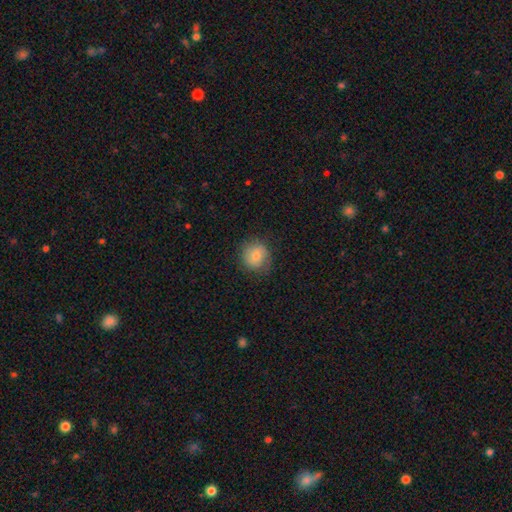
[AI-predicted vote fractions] Morphology: type=smooth (77%); roundness=round (85%); merging=none (80%).